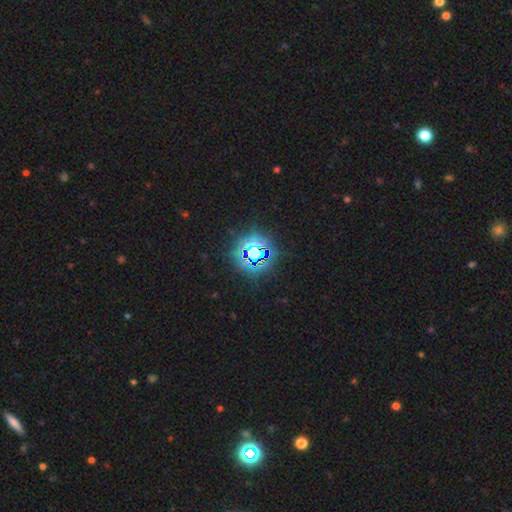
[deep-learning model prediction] A star or artifact, not a galaxy (77%).